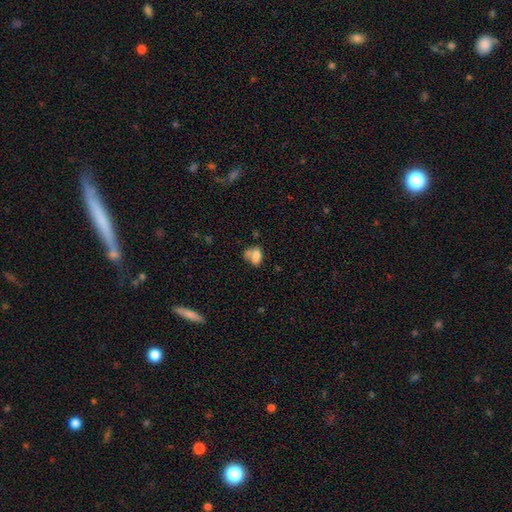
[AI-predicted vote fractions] Smooth or featured?
  - smooth: 75% *
  - featured or disk: 14%
  - star or artifact: 11%
How rounded?
  - in between: 82% *
  - round: 15%
  - cigar-shaped: 3%
Merging?
  - merger: 43% *
  - none: 30%
  - minor disturbance: 16%
  - major disturbance: 11%